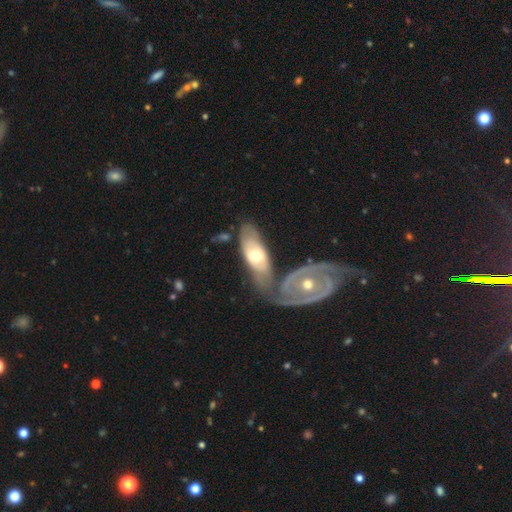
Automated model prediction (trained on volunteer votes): A featured or disk galaxy (57%). Merging: none (47%).